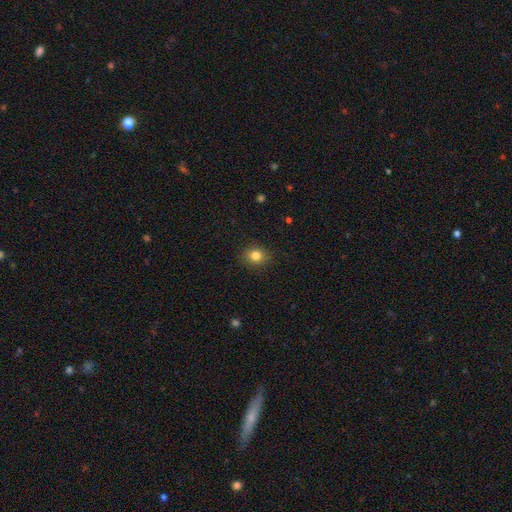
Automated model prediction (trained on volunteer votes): smooth 82%, star or artifact 12%, featured or disk 7%. Down the decision tree: how rounded — round (70%); merging — none (89%).